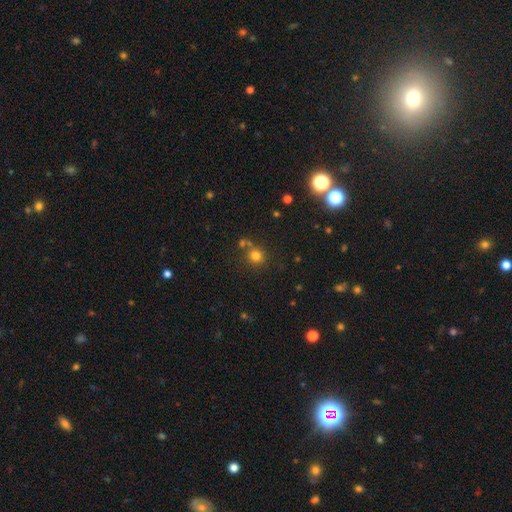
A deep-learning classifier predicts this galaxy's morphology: smooth_or_featured: smooth (p=0.77) [alt: star or artifact p=0.16]
how_rounded: round (p=0.92) [alt: in between p=0.08]
merging: none (p=0.72) [alt: merger p=0.15]